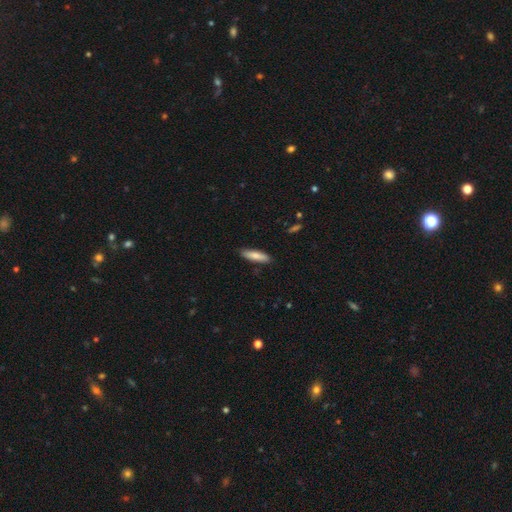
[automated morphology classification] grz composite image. It shows a smooth galaxy with no disk features (79%) that is cigar-shaped (70%). Merging: none (88%).